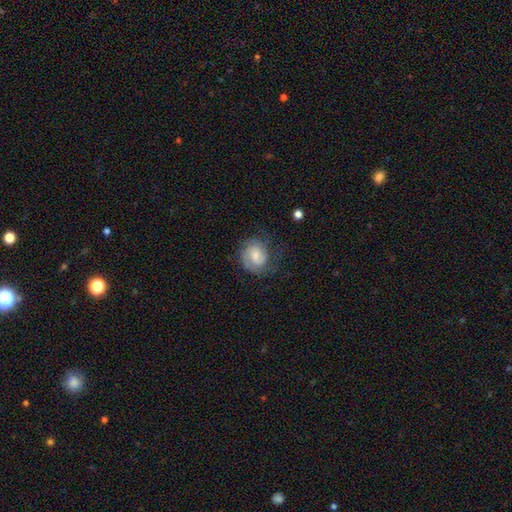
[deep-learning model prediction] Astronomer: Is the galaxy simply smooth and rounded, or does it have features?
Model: featured or disk — 66%.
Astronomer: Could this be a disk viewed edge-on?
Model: no — 98%.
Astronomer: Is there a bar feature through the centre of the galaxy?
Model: no — 48% (runner-up: weak, 45%).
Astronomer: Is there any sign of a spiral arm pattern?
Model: yes — 92%.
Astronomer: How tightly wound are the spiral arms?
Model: tight — 50% (runner-up: medium, 37%).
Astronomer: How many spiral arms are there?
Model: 2 — 55%.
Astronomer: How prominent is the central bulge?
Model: small — 50% (runner-up: moderate, 36%).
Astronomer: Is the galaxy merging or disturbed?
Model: none — 64%.